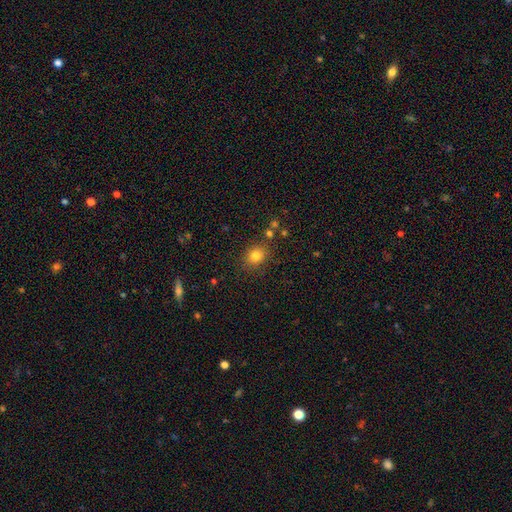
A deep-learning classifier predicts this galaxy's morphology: Smooth or featured? Predicted: smooth (p=0.80). How rounded? Predicted: round (p=0.58). Merging? Predicted: none (p=0.82).